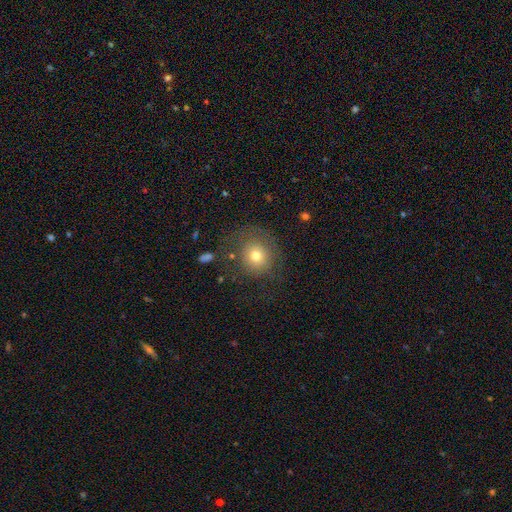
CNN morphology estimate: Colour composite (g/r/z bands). It shows a smooth galaxy with no disk features (69%) that is round (87%). Merging: none (67%).